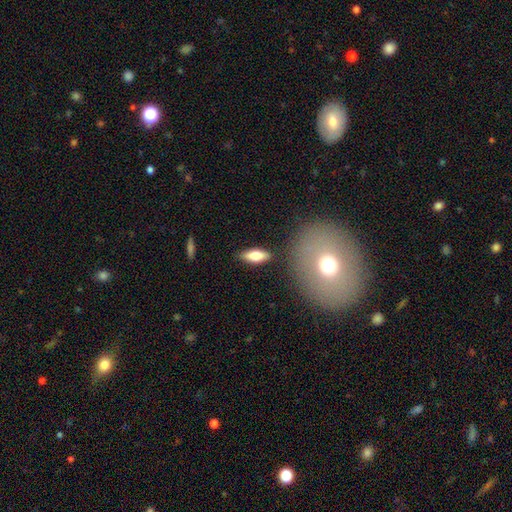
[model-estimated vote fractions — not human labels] Overall: smooth (72%). How rounded: in between (69%). Merging: none (83%).